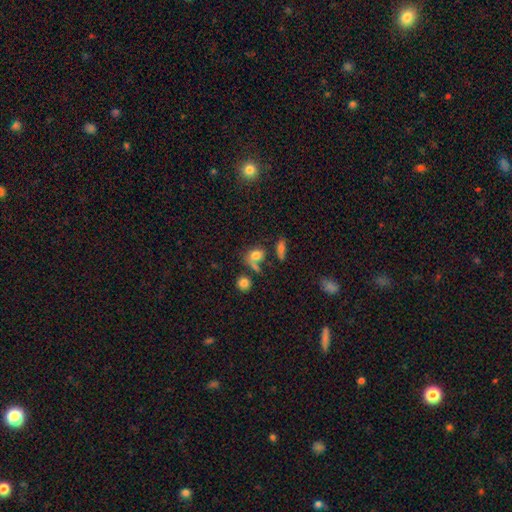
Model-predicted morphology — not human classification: Smooth or featured?
  - smooth: 75% *
  - star or artifact: 14%
  - featured or disk: 12%
How rounded?
  - in between: 55% *
  - round: 41%
  - cigar-shaped: 4%
Merging?
  - none: 50% *
  - merger: 24%
  - minor disturbance: 16%
  - major disturbance: 10%